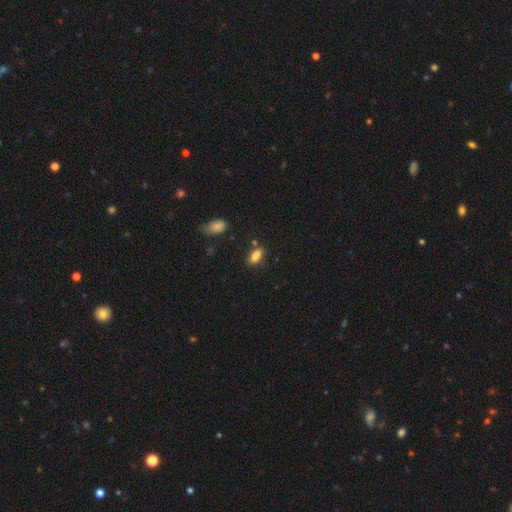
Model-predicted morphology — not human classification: A smooth galaxy with no disk features (84%) that is in between round and cigar-shaped (87%). Merging: none (76%).